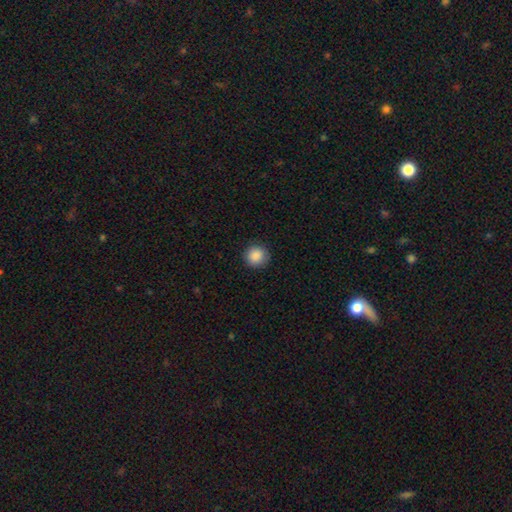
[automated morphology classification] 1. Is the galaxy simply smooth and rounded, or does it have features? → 88% smooth, 9% star or artifact, 3% featured or disk.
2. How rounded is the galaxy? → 94% round, 5% in between, 1% cigar-shaped.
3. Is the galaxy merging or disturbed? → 90% none, 7% minor disturbance, 2% major disturbance, 1% merger.